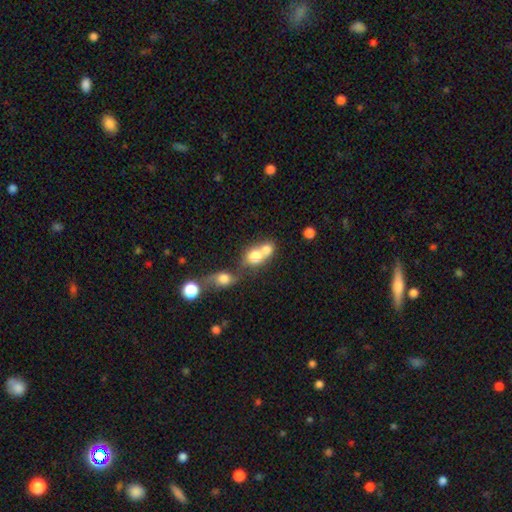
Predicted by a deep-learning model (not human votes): A smooth galaxy with no disk features (74%) that is round (60%).

Vote fractions:
- Smooth or featured? smooth: 74% / featured or disk: 16% / star or artifact: 10%
- How rounded? round: 60% / in between: 39% / cigar-shaped: 2%
- Merging? merger: 70% / none: 21% / minor disturbance: 5% / major disturbance: 4%